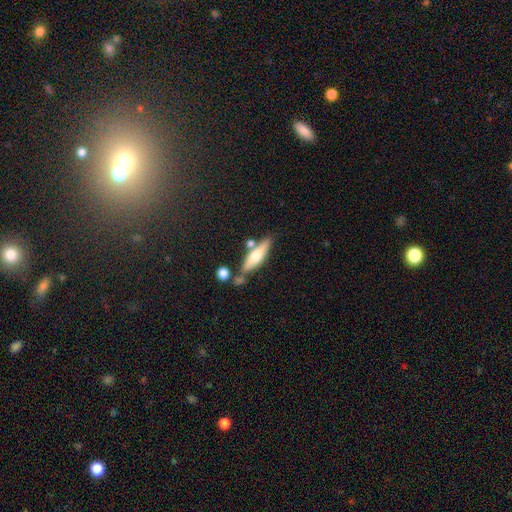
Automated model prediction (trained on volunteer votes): A featured or disk galaxy (47%, tied with smooth). Merging: none (66%).